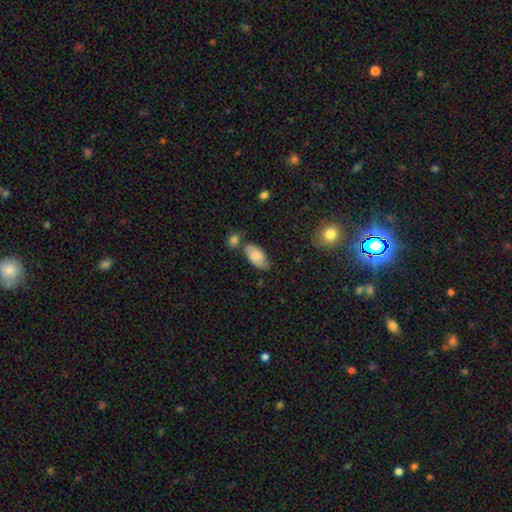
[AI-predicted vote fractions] Smooth or featured? Predicted: smooth (p=0.76). How rounded? Predicted: in between (p=0.94). Merging? Predicted: none (p=0.59).